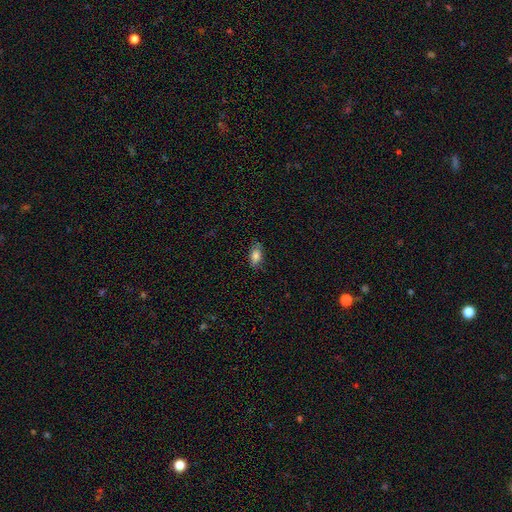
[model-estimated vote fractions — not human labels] Smooth or featured? Predicted: smooth (p=0.81). How rounded? Predicted: in between (p=0.86). Merging? Predicted: none (p=0.77).